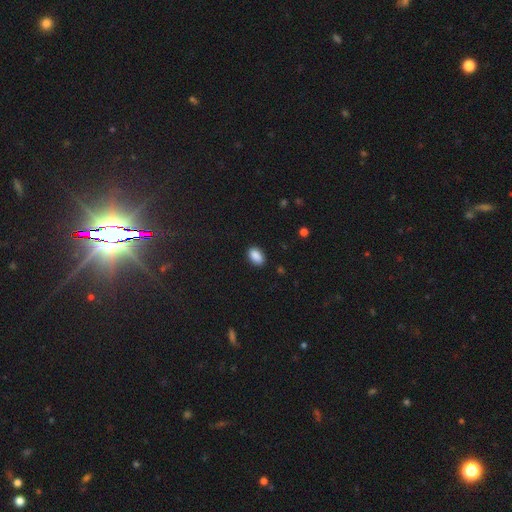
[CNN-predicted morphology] The model was most divided on "merging": none: 87%, minor disturbance: 10%, major disturbance: 2%, merger: 1%. More confident: how rounded — in between (91%); smooth or featured — smooth (89%).